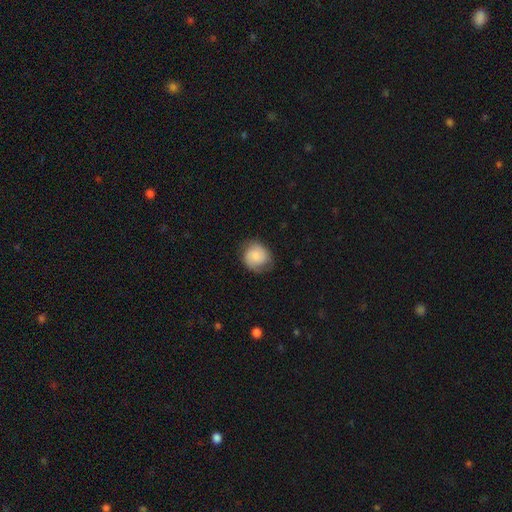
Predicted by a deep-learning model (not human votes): A smooth galaxy with no disk features (62%) that is round (80%).

Vote fractions:
- Smooth or featured? smooth: 62% / featured or disk: 30% / star or artifact: 8%
- How rounded? round: 80% / in between: 19% / cigar-shaped: 1%
- Merging? none: 71% / minor disturbance: 21% / major disturbance: 7% / merger: 1%